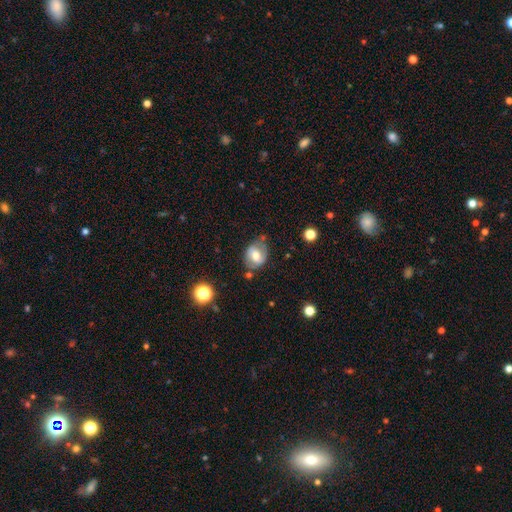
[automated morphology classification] This is possibly a smooth galaxy (51%). How rounded: possibly in between (51%). Merging: possibly none (60%).